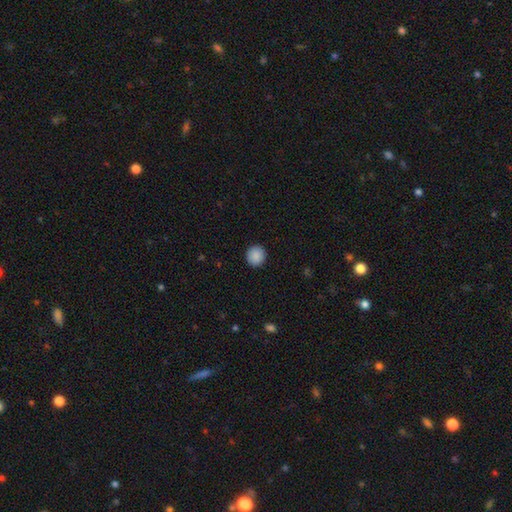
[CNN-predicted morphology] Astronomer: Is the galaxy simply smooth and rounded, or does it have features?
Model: smooth — 90%.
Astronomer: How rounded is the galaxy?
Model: round — 92%.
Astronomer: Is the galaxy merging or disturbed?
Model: none — 92%.